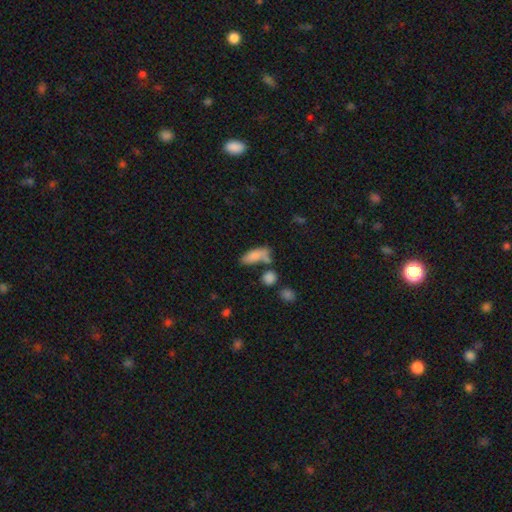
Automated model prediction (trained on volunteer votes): Smooth or featured? Predicted: smooth (p=0.81). How rounded? Predicted: in between (p=0.71). Merging? Predicted: none (p=0.45).